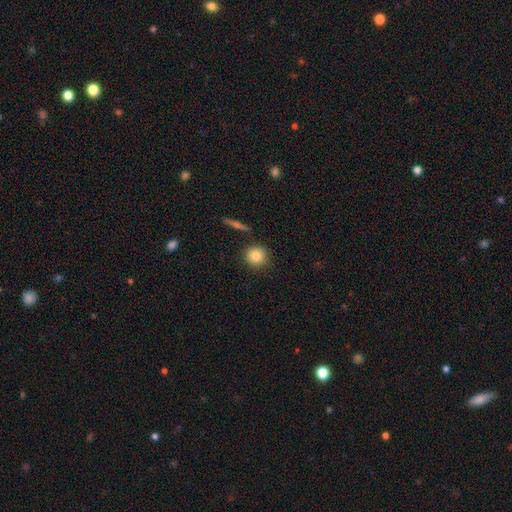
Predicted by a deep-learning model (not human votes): A smooth galaxy with no disk features (84%) that is round (91%). Merging: none (86%).